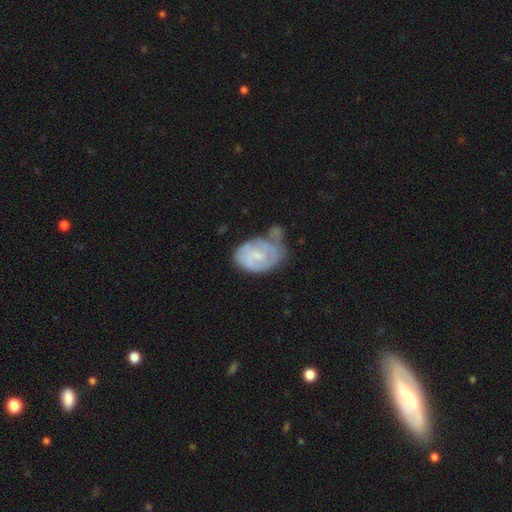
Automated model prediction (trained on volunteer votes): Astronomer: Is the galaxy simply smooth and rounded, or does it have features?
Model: featured or disk — 63%.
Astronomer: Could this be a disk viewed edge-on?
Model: no — 97%.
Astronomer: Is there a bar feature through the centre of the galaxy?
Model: no — 49% (runner-up: weak, 44%).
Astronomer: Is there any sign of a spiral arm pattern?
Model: yes — 78%.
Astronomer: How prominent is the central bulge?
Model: small — 54% (runner-up: moderate, 29%).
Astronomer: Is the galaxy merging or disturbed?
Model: none — 33% (runner-up: minor disturbance, 30%).